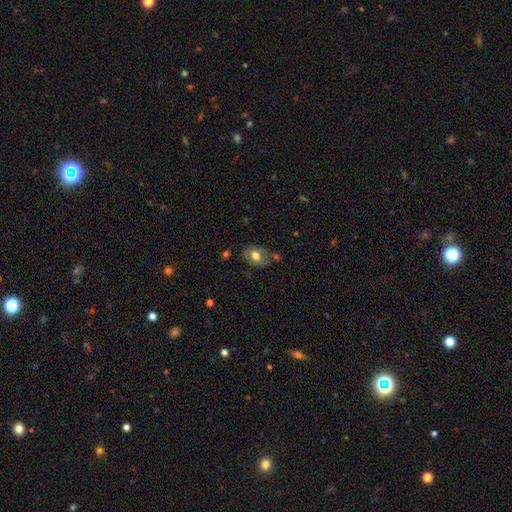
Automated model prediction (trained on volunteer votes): Smooth or featured? Predicted: smooth (p=0.59). How rounded? Predicted: in between (p=0.71). Merging? Predicted: none (p=0.71).